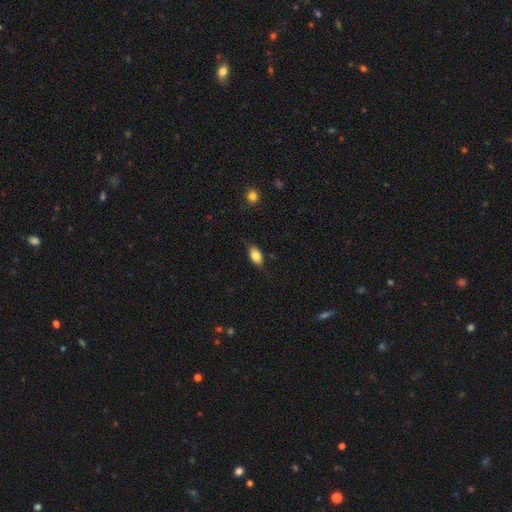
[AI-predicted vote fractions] Smooth or featured? smooth (81%)
How rounded? in between (90%)
Merging? none (80%)